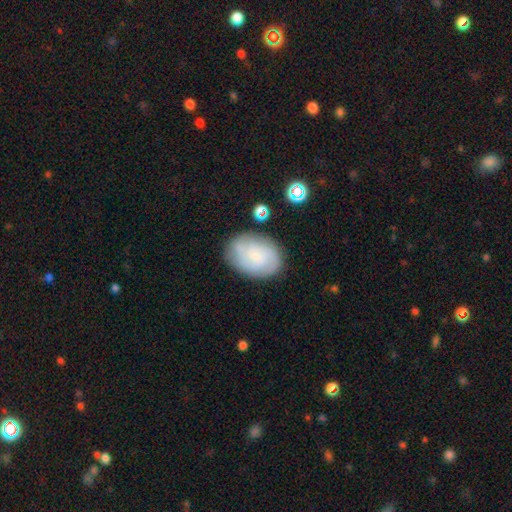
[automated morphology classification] Smooth or featured? featured or disk (50%)
Edge-on disk? no (97%)
Merging? none (76%)